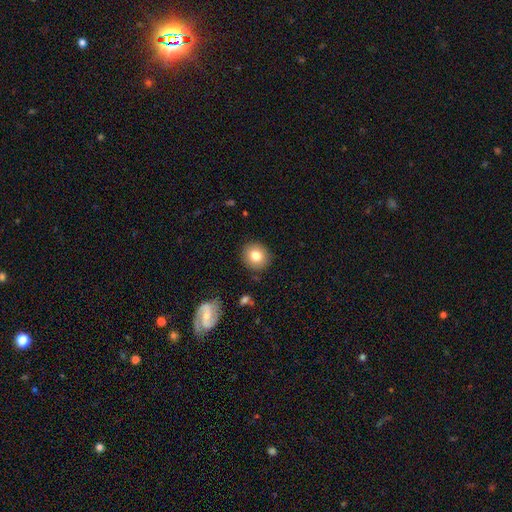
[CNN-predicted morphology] smooth-or-featured: smooth: 79% | featured or disk: 12% | star or artifact: 9%
  how-rounded: round: 89% | in between: 11% | cigar-shaped: 1%
  merging: none: 89% | minor disturbance: 8% | major disturbance: 2% | merger: 1%